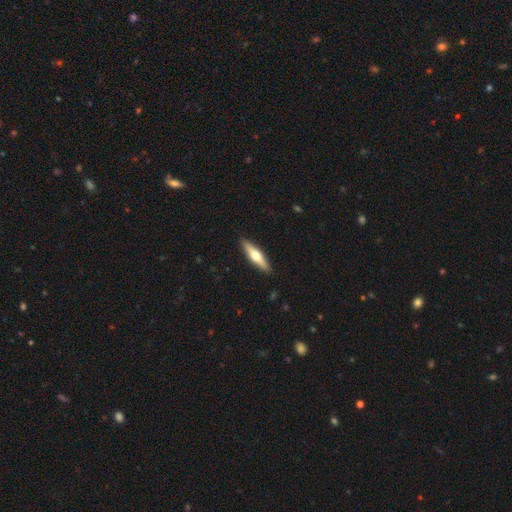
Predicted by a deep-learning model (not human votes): Morphology: type=featured or disk (49%); merging=none (90%).